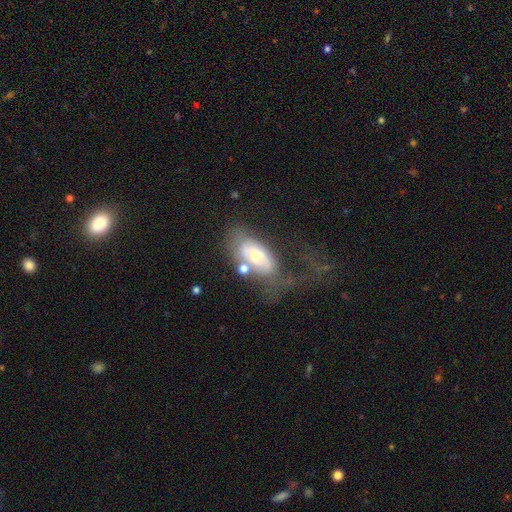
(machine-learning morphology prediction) featured or disk 52%, smooth 40%, star or artifact 8%. Down the decision tree: edge-on disk — no (88%); merging — major disturbance (37%).